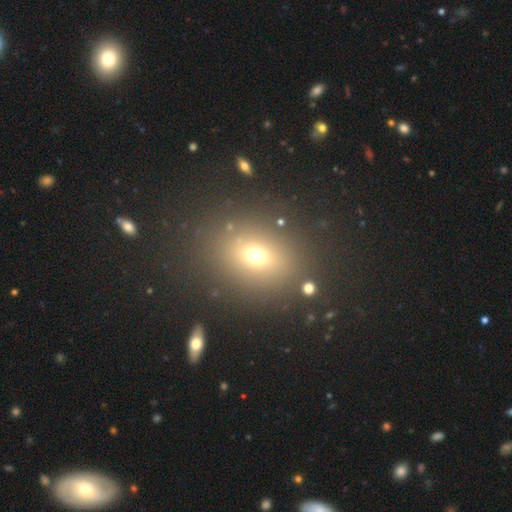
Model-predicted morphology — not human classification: smooth 66%, star or artifact 20%, featured or disk 14%. Down the decision tree: how rounded — in between (51%); merging — none (81%).